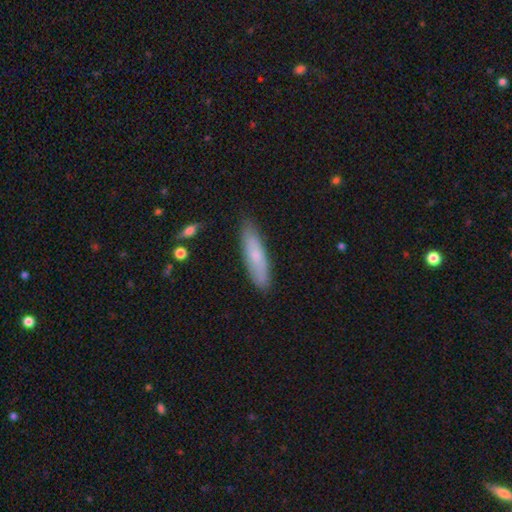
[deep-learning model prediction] Overall: smooth (69%). How rounded: cigar-shaped (74%). Merging: none (85%).